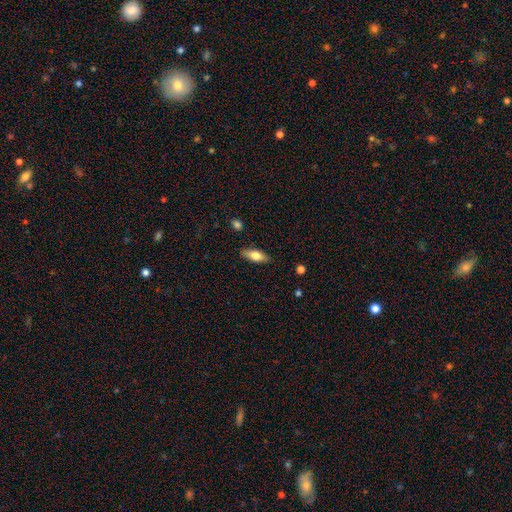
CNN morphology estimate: This is likely a smooth galaxy (67%). How rounded: likely in between (70%). Merging: clearly none (86%).